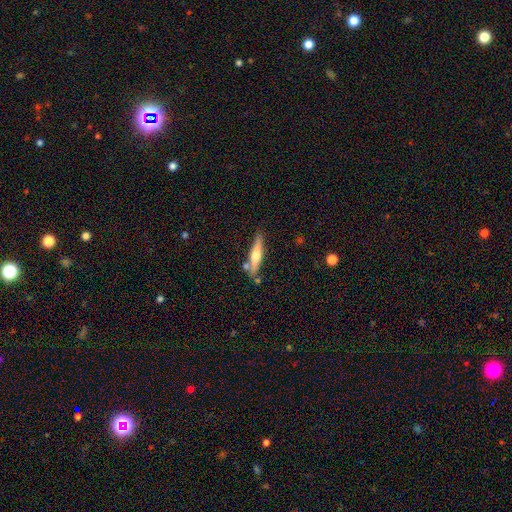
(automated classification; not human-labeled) Morphology: type=featured or disk (54%); edge-on=yes (94%); edge-on bulge=rounded (88%); merging=none (76%).